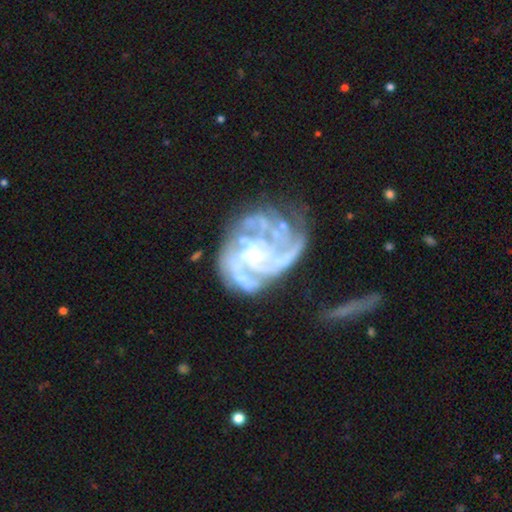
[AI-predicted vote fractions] Smooth or featured? Predicted: featured or disk (p=0.87). Edge-on disk? Predicted: no (p=0.98). Bar? Predicted: no (p=0.63). Spiral arms? Predicted: yes (p=0.94). Spiral winding? Predicted: tight (p=0.49). Spiral arm count? Predicted: 4 (p=0.31). Bulge size? Predicted: small (p=0.64). Merging? Predicted: none (p=0.45).